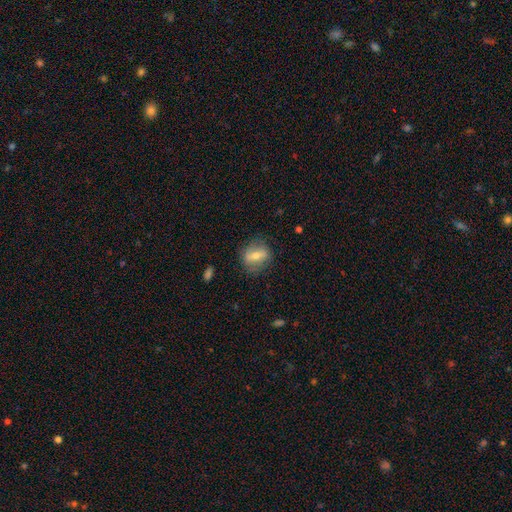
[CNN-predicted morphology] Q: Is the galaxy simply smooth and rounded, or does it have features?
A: smooth — 49%.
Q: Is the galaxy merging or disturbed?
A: none — 78%.